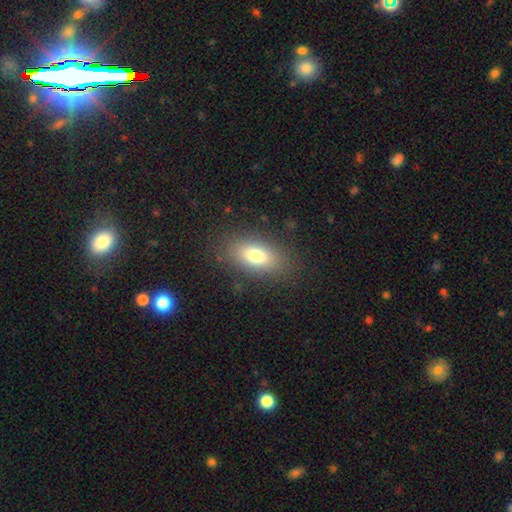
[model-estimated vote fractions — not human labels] smooth_or_featured: smooth (p=0.75) [alt: featured or disk p=0.15]
how_rounded: in between (p=0.86) [alt: round p=0.08]
merging: none (p=0.84) [alt: minor disturbance p=0.10]